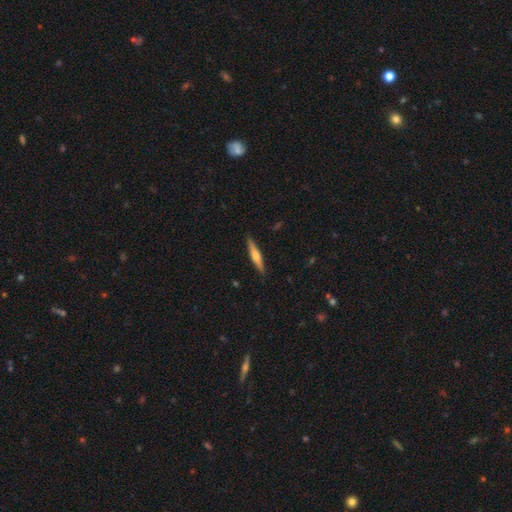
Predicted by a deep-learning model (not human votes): Smooth or featured? Predicted: featured or disk (p=0.53). Edge-on disk? Predicted: yes (p=0.97). Edge-on bulge? Predicted: rounded (p=0.80). Merging? Predicted: none (p=0.90).